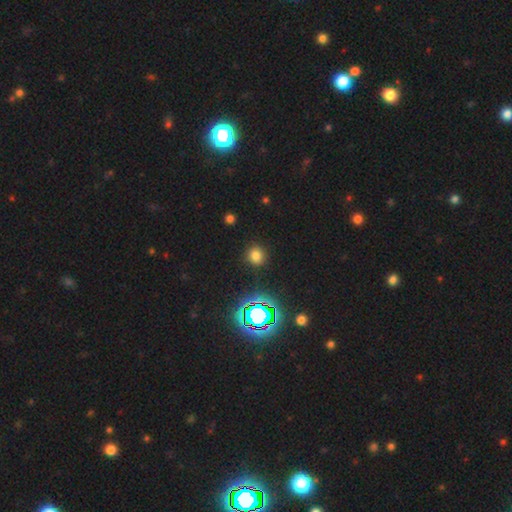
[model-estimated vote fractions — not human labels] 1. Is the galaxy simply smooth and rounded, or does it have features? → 70% smooth, 24% star or artifact, 6% featured or disk.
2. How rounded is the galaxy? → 86% round, 13% in between, 1% cigar-shaped.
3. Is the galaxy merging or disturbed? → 89% none, 7% minor disturbance, 3% major disturbance, 1% merger.